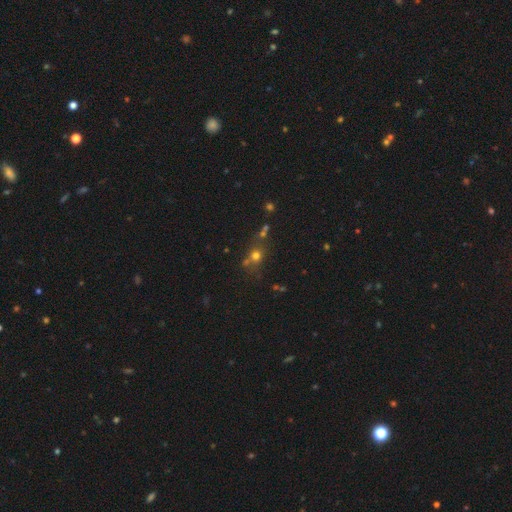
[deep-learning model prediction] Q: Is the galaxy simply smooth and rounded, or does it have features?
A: smooth — 63%.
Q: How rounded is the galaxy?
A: round — 81%.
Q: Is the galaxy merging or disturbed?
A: none — 63%.